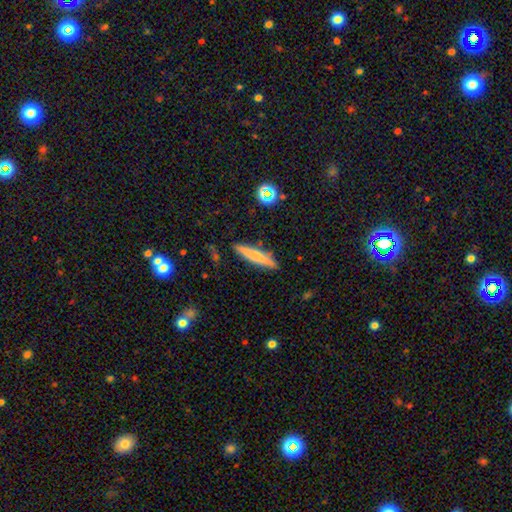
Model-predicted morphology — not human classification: Smooth or featured? Predicted: smooth (p=0.65). How rounded? Predicted: cigar-shaped (p=0.91). Merging? Predicted: none (p=0.86).